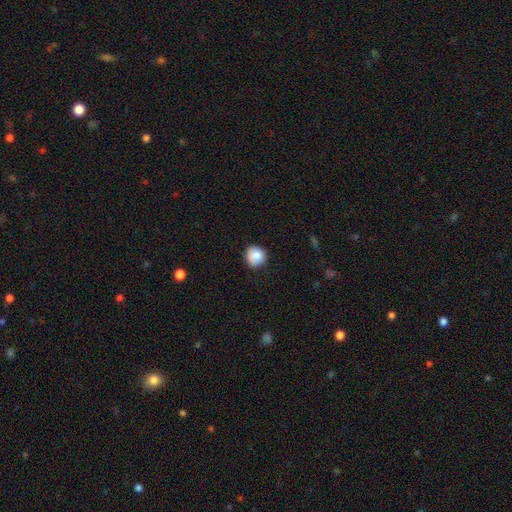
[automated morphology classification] Smooth or featured? smooth (87%)
How rounded? round (92%)
Merging? none (86%)